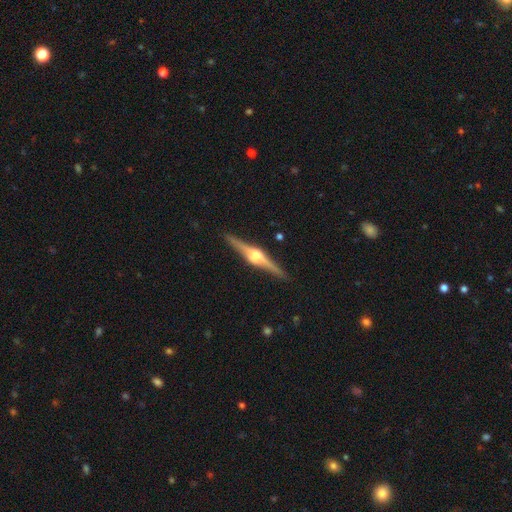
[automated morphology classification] A featured or disk galaxy (86%) viewed edge-on (98%) with a rounded central bulge (93%). Merging: none (91%).